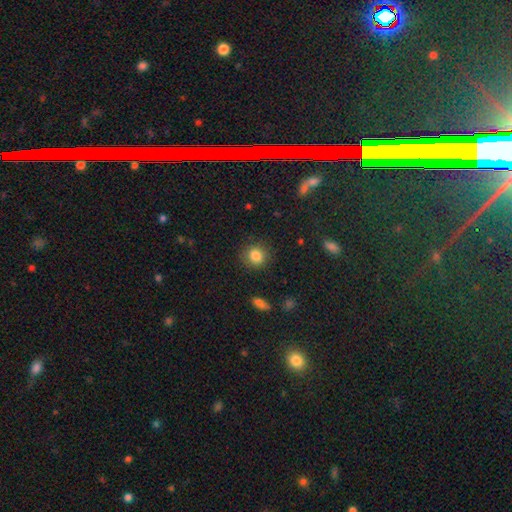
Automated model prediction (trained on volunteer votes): The model was most divided on "how rounded": round: 82%, in between: 17%, cigar-shaped: 1%. More confident: merging — none (86%); smooth or featured — smooth (84%).